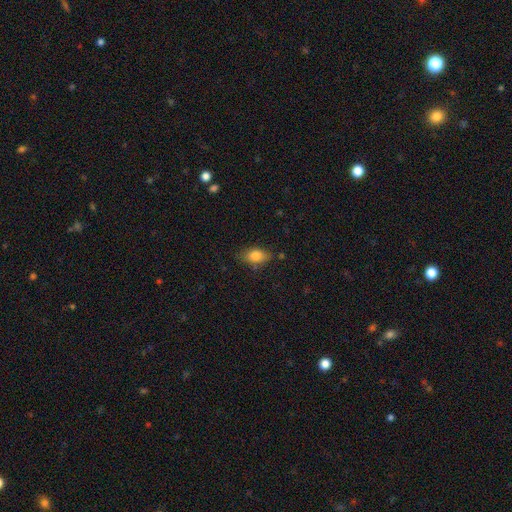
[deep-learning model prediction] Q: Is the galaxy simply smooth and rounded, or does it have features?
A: smooth — 82%.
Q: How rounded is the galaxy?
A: in between — 85%.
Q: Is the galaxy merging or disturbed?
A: none — 77%.